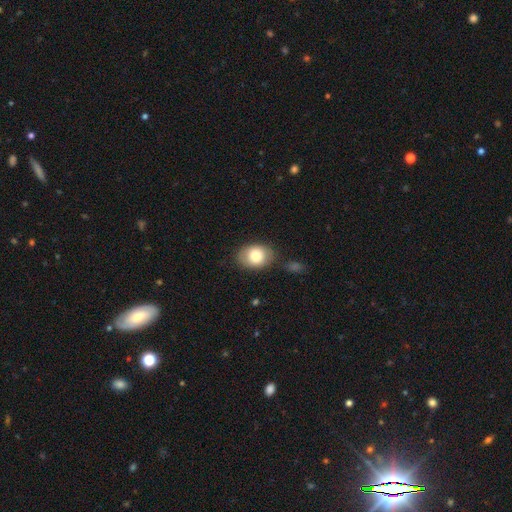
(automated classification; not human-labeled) smooth-or-featured: smooth: 79% | featured or disk: 13% | star or artifact: 8%
  how-rounded: in between: 66% | round: 33% | cigar-shaped: 1%
  merging: none: 75% | minor disturbance: 15% | merger: 5% | major disturbance: 4%